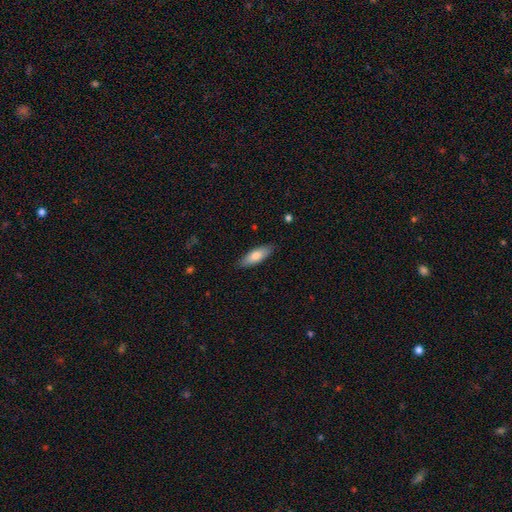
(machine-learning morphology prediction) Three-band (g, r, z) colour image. It shows a smooth galaxy with no disk features (77%) that is in between round and cigar-shaped (63%). Merging: none (86%).